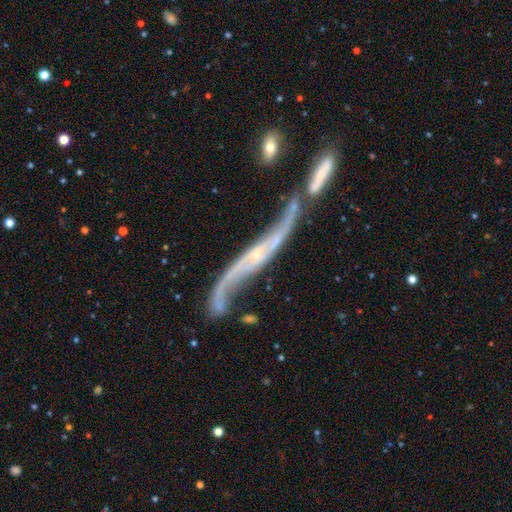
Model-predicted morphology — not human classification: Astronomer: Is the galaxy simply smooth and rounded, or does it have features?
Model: featured or disk — 85%.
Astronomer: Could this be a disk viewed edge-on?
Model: no — 64%.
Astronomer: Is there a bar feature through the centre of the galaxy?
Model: no — 54% (runner-up: weak, 29%).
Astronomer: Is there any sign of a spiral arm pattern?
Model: yes — 89%.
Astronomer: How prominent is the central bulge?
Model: small — 73%.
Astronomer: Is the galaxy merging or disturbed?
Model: merger — 34%, tied with none at 34%.